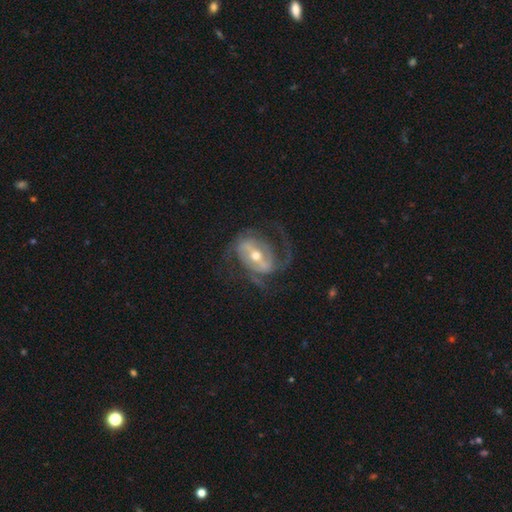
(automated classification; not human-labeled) This appears to be a featured or disk galaxy (88%) with a strong bar (52%), 2 (63%) medium (49%) spiral arms (94%) and a moderate central bulge (65%). Merging: none (61%).